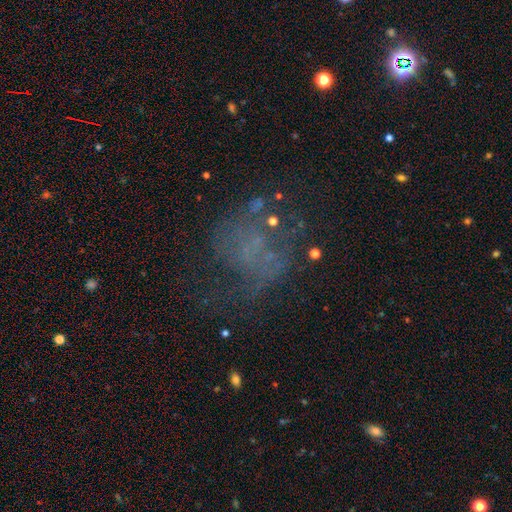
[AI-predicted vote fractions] Morphology: type=featured or disk (45%); merging=none (50%).